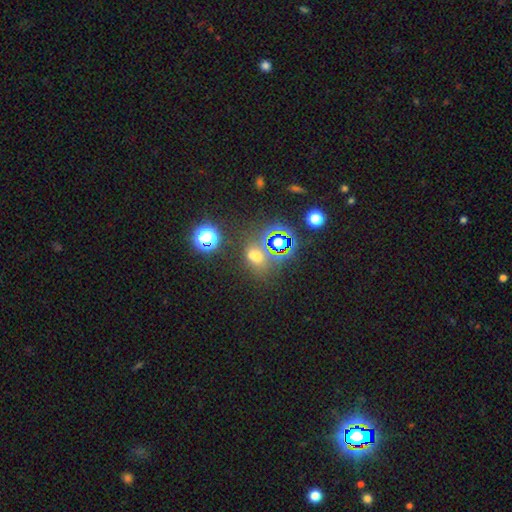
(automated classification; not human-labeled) This is possibly a smooth galaxy (48%). Merging: likely none (63%).